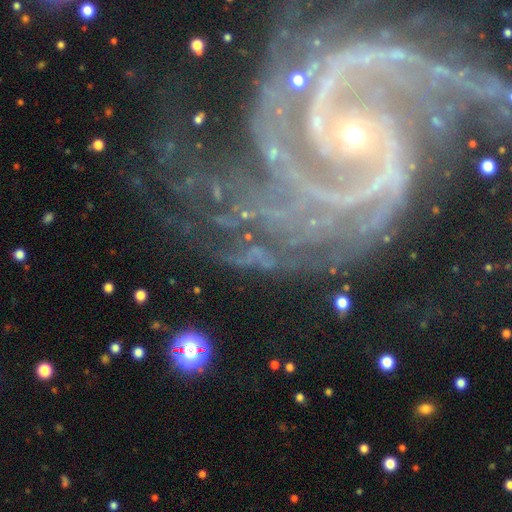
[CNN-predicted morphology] type=featured or disk (61%); edge-on=no (92%); bar=no (43%); spiral arms=yes (87%); bulge=small (56%); merging=none (65%).